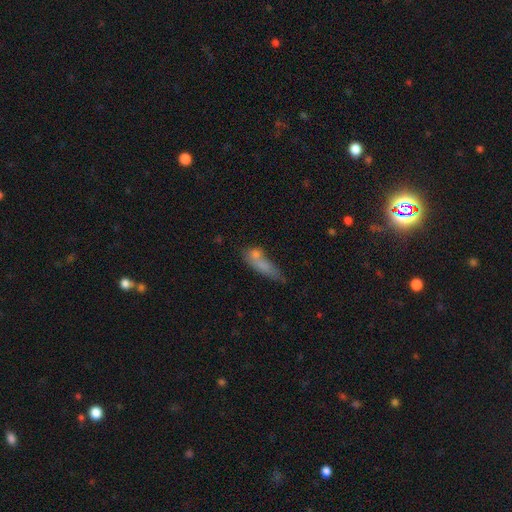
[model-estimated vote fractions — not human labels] Smooth or featured? smooth (68%)
How rounded? cigar-shaped (52%)
Merging? none (38%)